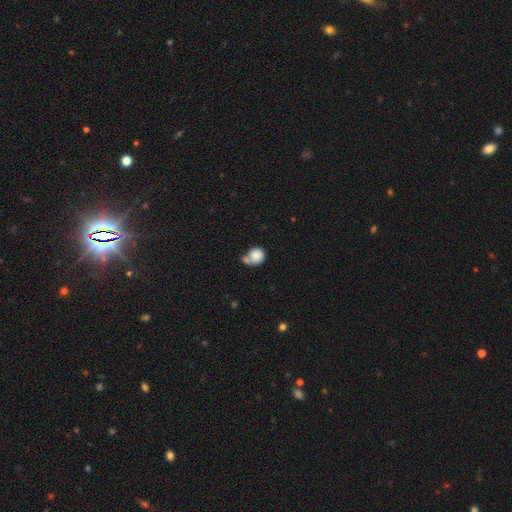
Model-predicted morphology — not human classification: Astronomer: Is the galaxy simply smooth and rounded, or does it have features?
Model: smooth — 86%.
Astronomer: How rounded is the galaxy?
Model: round — 86%.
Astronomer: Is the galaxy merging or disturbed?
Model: none — 44% (runner-up: merger, 34%).